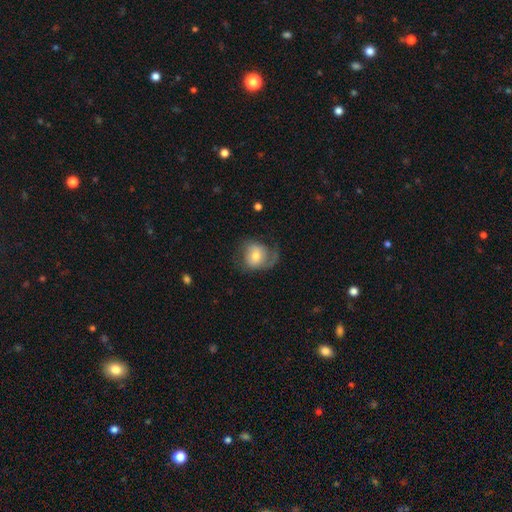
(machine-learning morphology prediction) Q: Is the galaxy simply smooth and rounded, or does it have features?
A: featured or disk — 52%.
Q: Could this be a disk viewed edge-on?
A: no — 97%.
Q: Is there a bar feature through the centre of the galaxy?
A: no — 63%.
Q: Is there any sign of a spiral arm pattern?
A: yes — 82%.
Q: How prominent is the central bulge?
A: moderate — 58%.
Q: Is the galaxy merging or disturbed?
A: none — 46%.